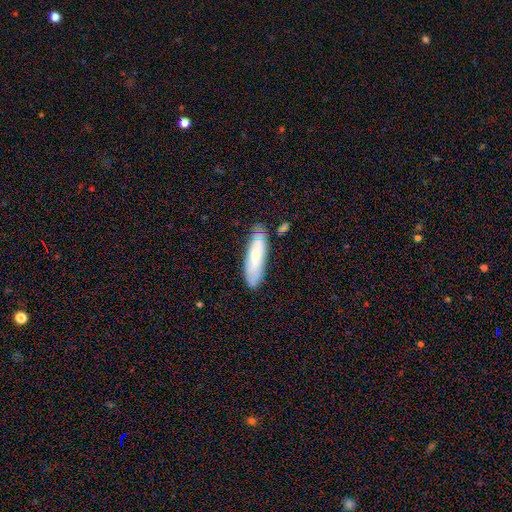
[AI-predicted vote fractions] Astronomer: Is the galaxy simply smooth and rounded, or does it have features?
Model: smooth — 57% (runner-up: featured or disk, 36%).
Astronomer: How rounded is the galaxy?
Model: cigar-shaped — 58% (runner-up: in between, 41%).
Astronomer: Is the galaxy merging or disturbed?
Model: none — 72%.